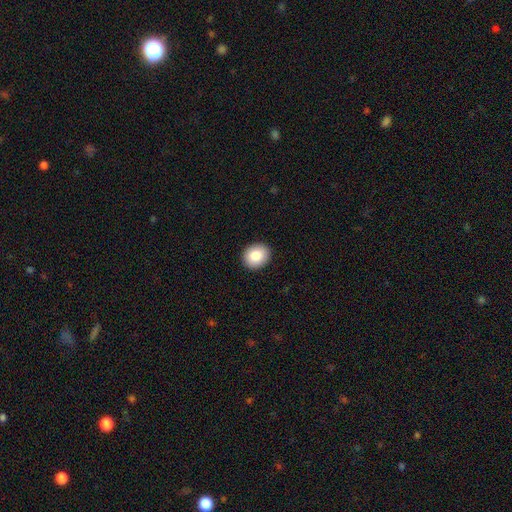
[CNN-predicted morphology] smooth 86%, star or artifact 8%, featured or disk 6%. Down the decision tree: how rounded — round (64%); merging — none (92%).